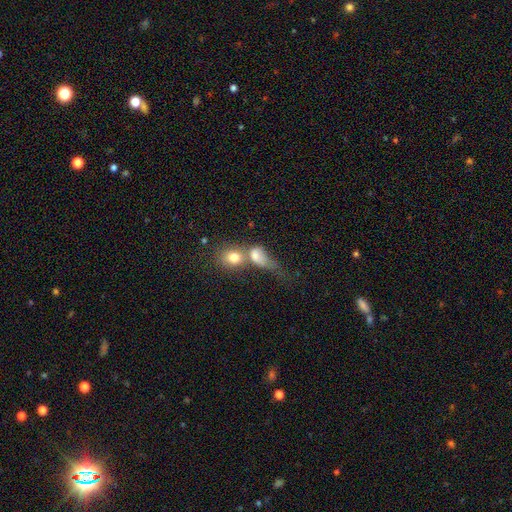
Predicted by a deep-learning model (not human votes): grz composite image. It shows a smooth galaxy with no disk features (69%) that is in between round and cigar-shaped (52%). Merging: merger (64%).